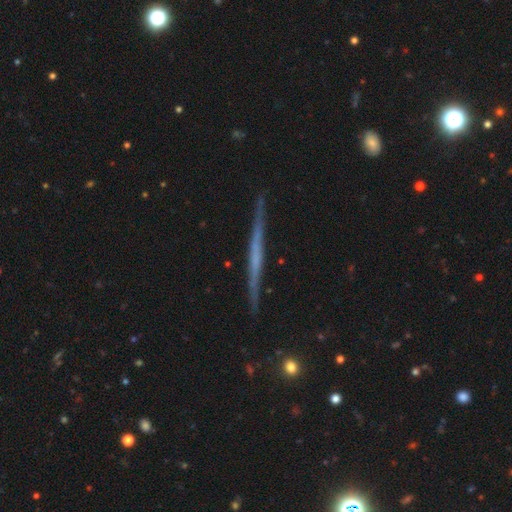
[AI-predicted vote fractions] featured or disk 69%, smooth 25%, star or artifact 6%. Down the decision tree: edge-on disk — yes (97%); edge-on bulge — none (81%); merging — none (88%).